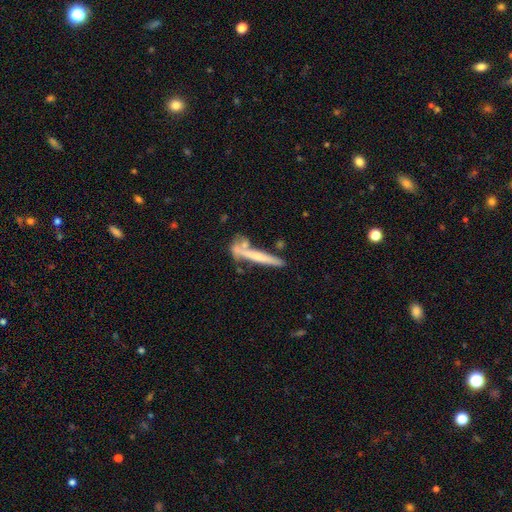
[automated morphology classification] Smooth or featured?
  - featured or disk: 48% *
  - smooth: 44%
  - star or artifact: 7%
Merging?
  - none: 58% *
  - merger: 18%
  - minor disturbance: 17%
  - major disturbance: 7%